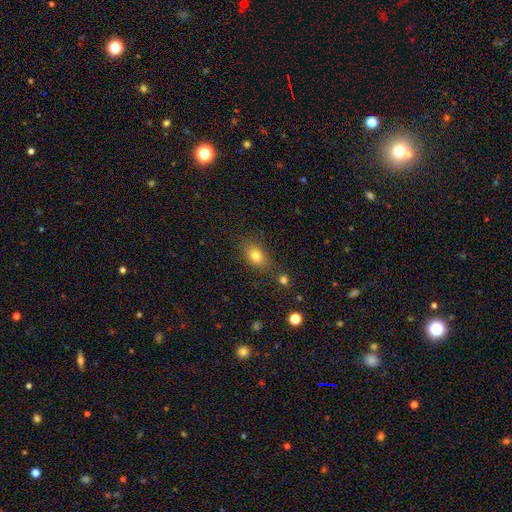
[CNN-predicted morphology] A smooth galaxy with no disk features (79%) that is in between round and cigar-shaped (74%). Merging: none (75%).